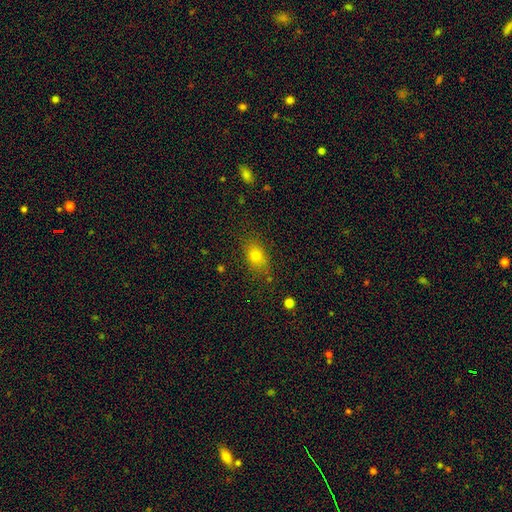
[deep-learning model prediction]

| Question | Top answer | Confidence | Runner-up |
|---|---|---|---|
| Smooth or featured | smooth | 76% | star or artifact (13%) |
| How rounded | in between | 74% | round (22%) |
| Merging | none | 80% | minor disturbance (14%) |